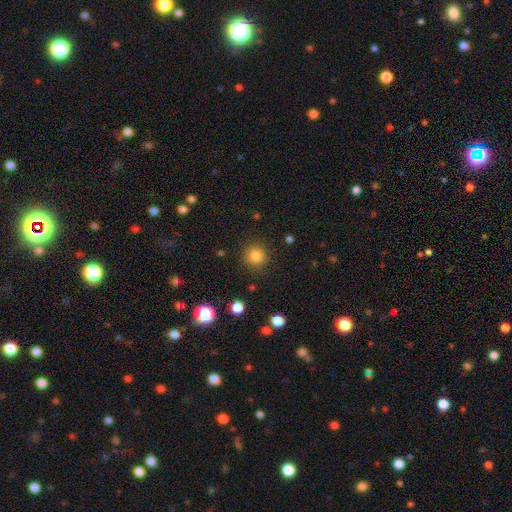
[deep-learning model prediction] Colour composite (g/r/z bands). It shows a smooth galaxy with no disk features (84%) that is round (93%). Merging: none (88%).